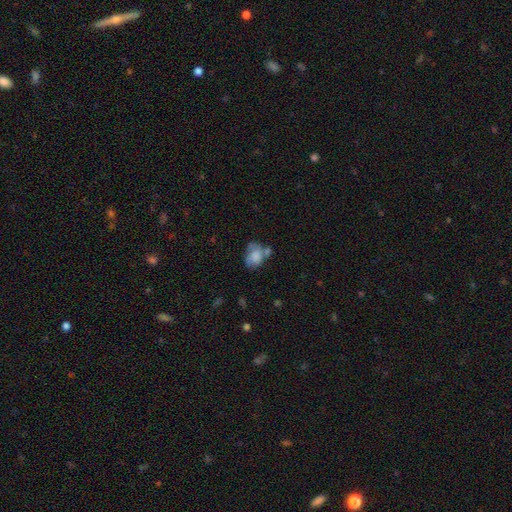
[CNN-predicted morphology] Smooth or featured?
  - smooth: 66% *
  - featured or disk: 25%
  - star or artifact: 9%
How rounded?
  - in between: 62% *
  - round: 37%
  - cigar-shaped: 1%
Merging?
  - none: 36% *
  - minor disturbance: 25%
  - merger: 24%
  - major disturbance: 15%